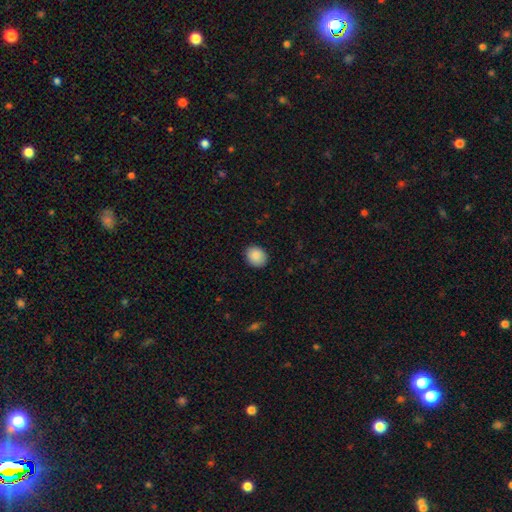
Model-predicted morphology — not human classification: The model was most divided on "how rounded": round: 60%, in between: 39%, cigar-shaped: 1%. More confident: merging — none (89%); smooth or featured — smooth (89%).